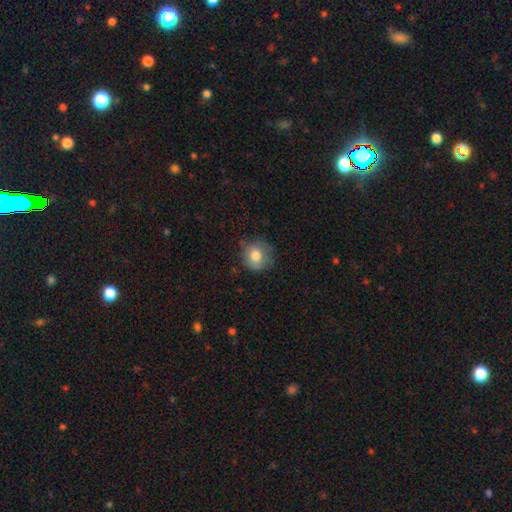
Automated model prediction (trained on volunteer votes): This appears to be a smooth galaxy with no disk features (79%) that is round (83%). Merging: none (67%).